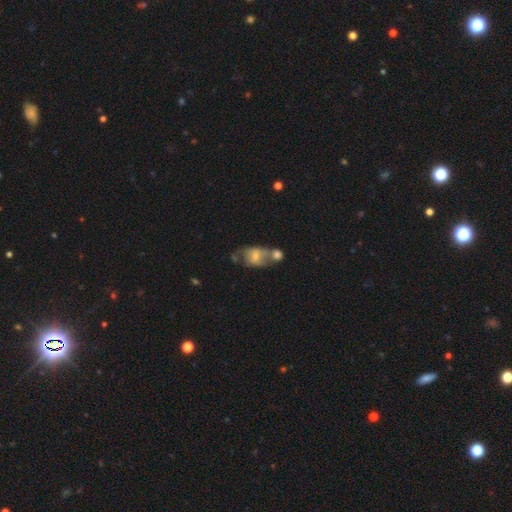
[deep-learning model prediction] Smooth or featured?
  - featured or disk: 55% *
  - smooth: 37%
  - star or artifact: 8%
Edge-on disk?
  - no: 95% *
  - yes: 5%
Bar?
  - weak: 43% *
  - no: 42%
  - strong: 15%
Spiral arms?
  - yes: 66% *
  - no: 34%
Bulge size?
  - small: 48% *
  - moderate: 39%
  - none: 7%
  - large: 5%
  - dominant: 2%
Merging?
  - merger: 48% *
  - none: 24%
  - minor disturbance: 15%
  - major disturbance: 13%